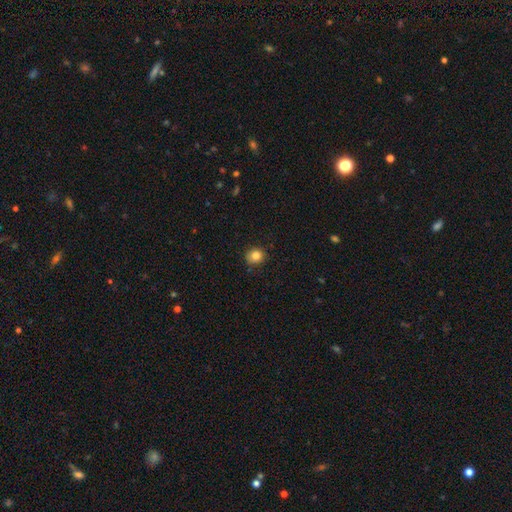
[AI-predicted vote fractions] Smooth or featured?
  - smooth: 84% *
  - star or artifact: 11%
  - featured or disk: 5%
How rounded?
  - round: 78% *
  - in between: 21%
  - cigar-shaped: 1%
Merging?
  - none: 87% *
  - minor disturbance: 10%
  - major disturbance: 2%
  - merger: 1%